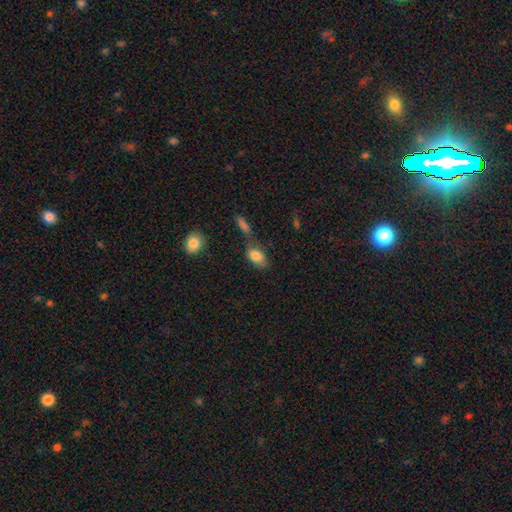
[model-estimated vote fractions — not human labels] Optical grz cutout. It shows a smooth galaxy with no disk features (82%) that is in between round and cigar-shaped (88%). Merging: none (49%).